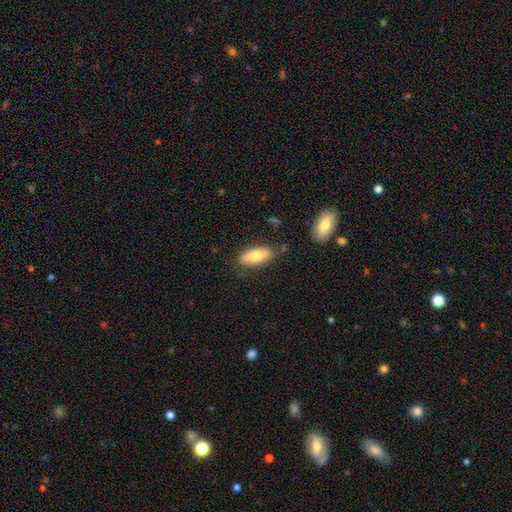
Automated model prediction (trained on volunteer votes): smooth-or-featured: smooth: 77% | featured or disk: 17% | star or artifact: 6%
  how-rounded: in between: 81% | cigar-shaped: 17% | round: 2%
  merging: none: 80% | minor disturbance: 14% | major disturbance: 3% | merger: 3%